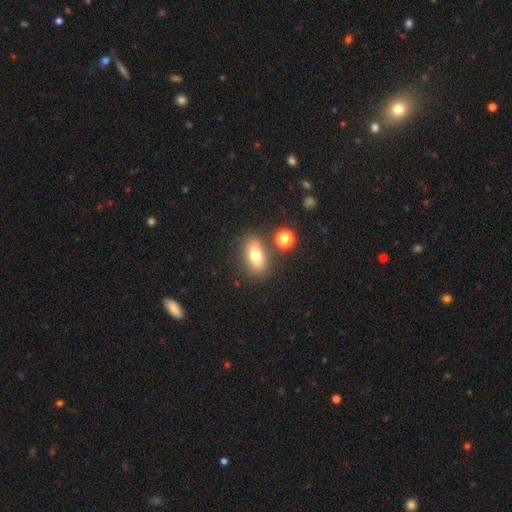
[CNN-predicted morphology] Smooth or featured? smooth (72%)
How rounded? in between (81%)
Merging? none (79%)